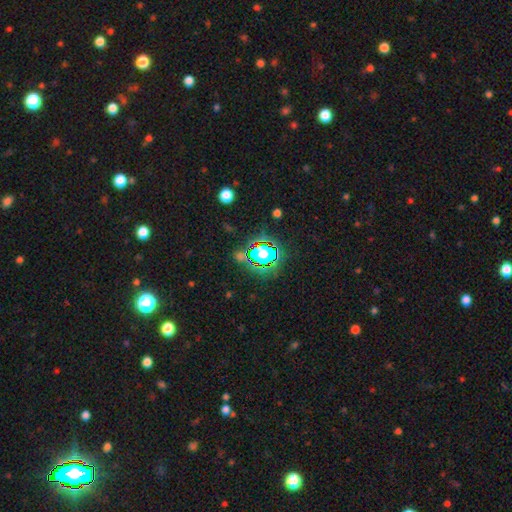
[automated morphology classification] Smooth or featured? Predicted: star or artifact (p=0.81).